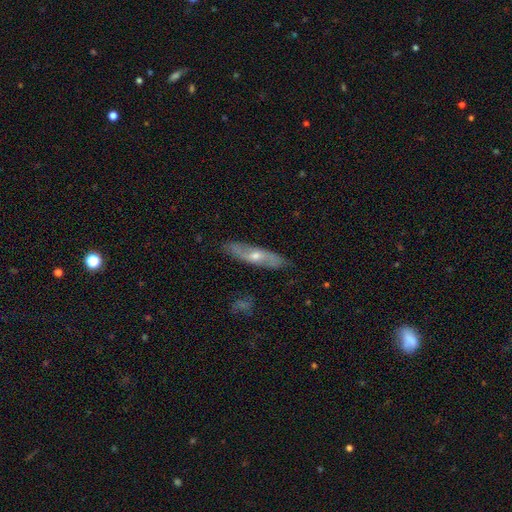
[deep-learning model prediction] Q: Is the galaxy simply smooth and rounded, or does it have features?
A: featured or disk — 62%.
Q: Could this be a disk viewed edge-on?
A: no — 63%.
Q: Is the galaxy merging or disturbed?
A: none — 84%.